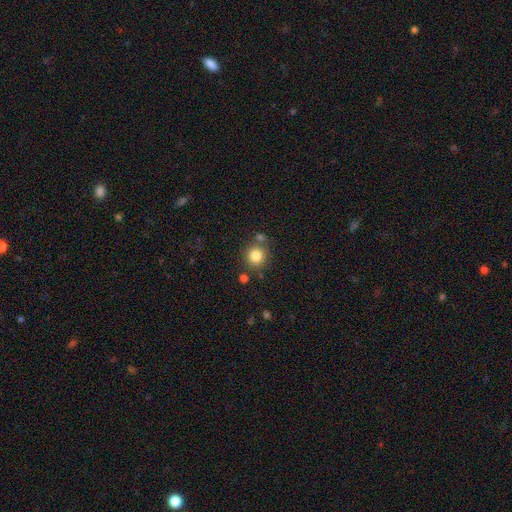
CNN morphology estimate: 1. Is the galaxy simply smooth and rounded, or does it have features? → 83% smooth, 11% star or artifact, 7% featured or disk.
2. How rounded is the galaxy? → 91% round, 8% in between, 1% cigar-shaped.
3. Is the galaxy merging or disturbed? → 77% none, 10% merger, 9% minor disturbance, 3% major disturbance.